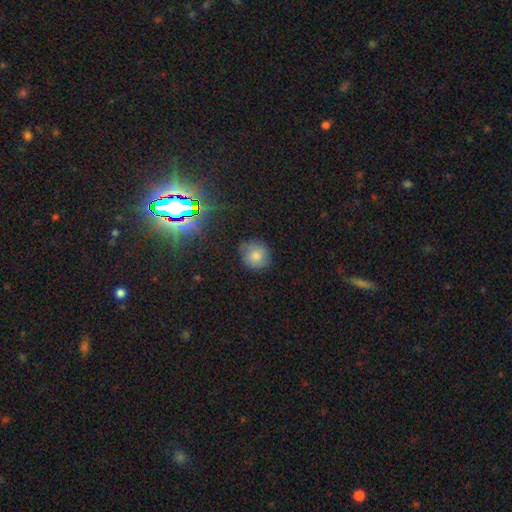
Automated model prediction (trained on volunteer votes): Q: Smooth or featured?
A: smooth (78%); runner-up: star or artifact (11%)
Q: How rounded?
A: round (83%); runner-up: in between (16%)
Q: Merging?
A: none (74%); runner-up: minor disturbance (20%)